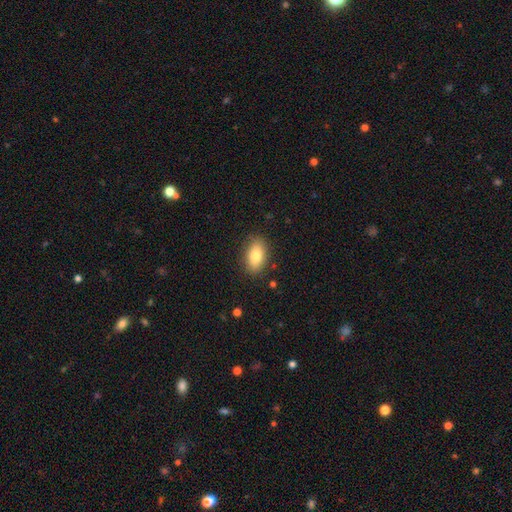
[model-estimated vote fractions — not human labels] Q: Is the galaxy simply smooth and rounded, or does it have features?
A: smooth — 80%.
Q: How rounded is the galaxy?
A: in between — 89%.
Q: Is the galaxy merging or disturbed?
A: none — 86%.